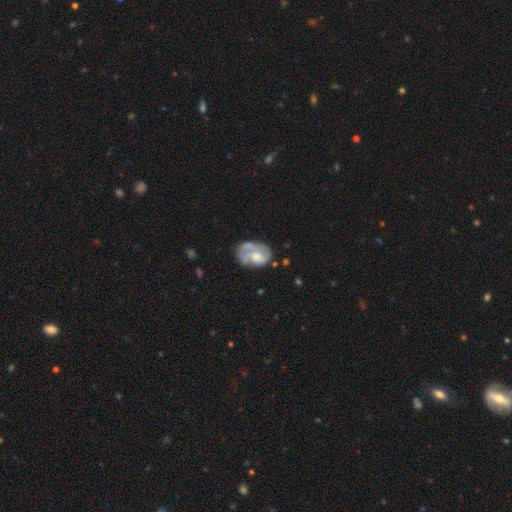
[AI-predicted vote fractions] Morphology: type=featured or disk (57%); edge-on=no (97%); bar=no (77%); spiral arms=yes (53%); bulge=moderate (43%); merging=none (47%).